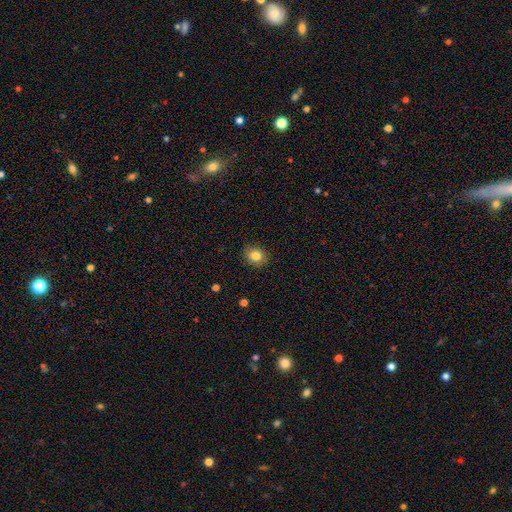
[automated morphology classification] A smooth galaxy with no disk features (83%) that is round (64%).

Vote fractions:
- Smooth or featured? smooth: 83% / star or artifact: 10% / featured or disk: 7%
- How rounded? round: 64% / in between: 35% / cigar-shaped: 1%
- Merging? none: 88% / minor disturbance: 8% / major disturbance: 2% / merger: 1%